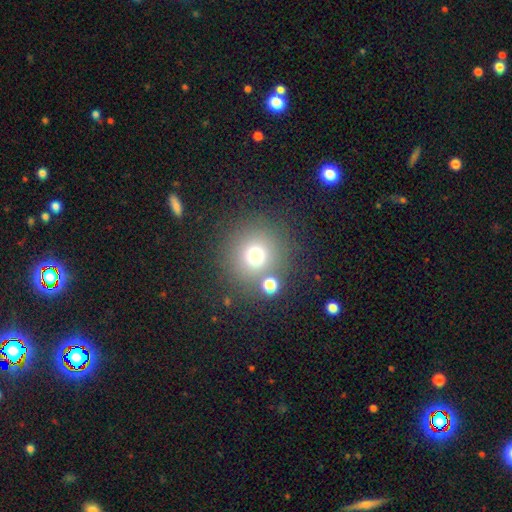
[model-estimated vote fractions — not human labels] Smooth or featured? Predicted: smooth (p=0.71). How rounded? Predicted: round (p=0.93). Merging? Predicted: none (p=0.77).